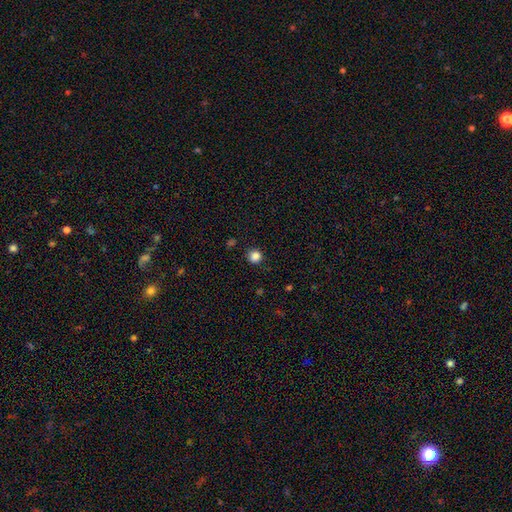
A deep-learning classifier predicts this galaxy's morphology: smooth-or-featured: smooth: 85% | star or artifact: 12% | featured or disk: 3%
  how-rounded: round: 92% | in between: 7% | cigar-shaped: 1%
  merging: none: 90% | minor disturbance: 7% | major disturbance: 2% | merger: 1%